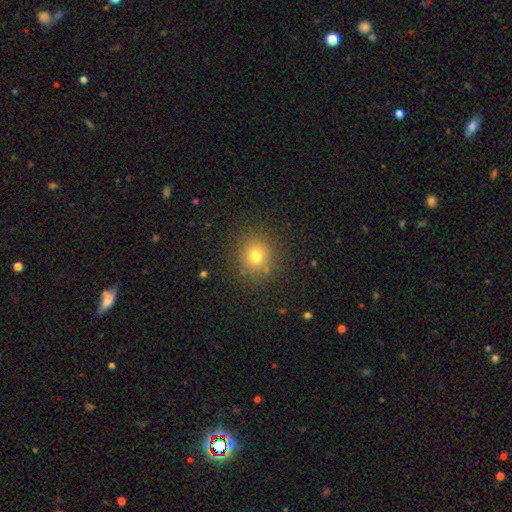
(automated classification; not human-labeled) This appears to be a smooth galaxy with no disk features (74%) that is round (88%). Merging: none (87%).